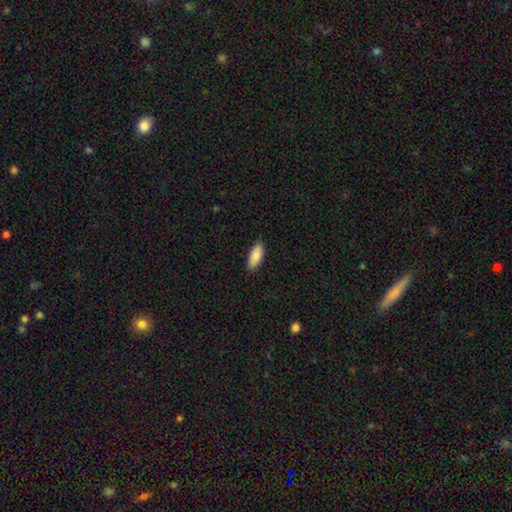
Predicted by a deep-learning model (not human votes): Q: Smooth or featured?
A: smooth (89%); runner-up: star or artifact (6%)
Q: How rounded?
A: in between (78%); runner-up: cigar-shaped (20%)
Q: Merging?
A: none (88%); runner-up: minor disturbance (9%)